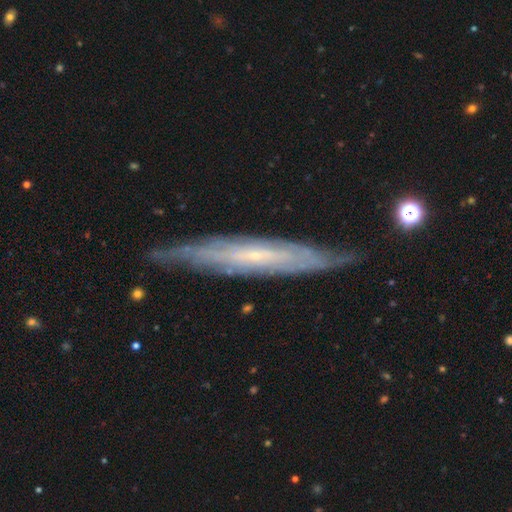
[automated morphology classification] Smooth or featured: featured or disk — 79% (smooth — 15%)
Edge-on disk: yes — 55% (no — 45%)
Merging: none — 79% (minor disturbance — 16%)